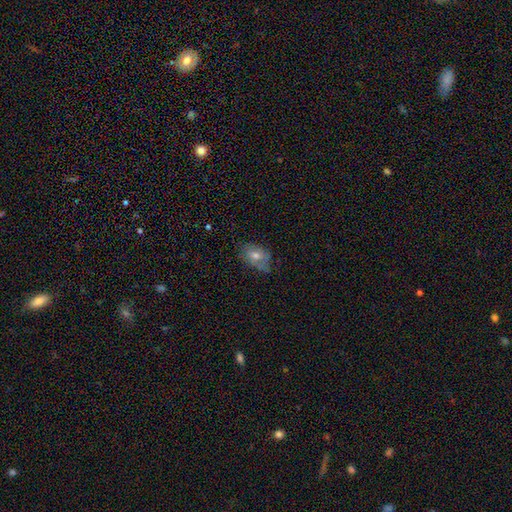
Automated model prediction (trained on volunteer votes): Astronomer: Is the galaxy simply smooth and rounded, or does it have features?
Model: smooth — 56% (runner-up: featured or disk, 32%).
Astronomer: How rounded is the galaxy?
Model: in between — 79%.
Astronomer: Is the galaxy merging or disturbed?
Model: none — 61%.